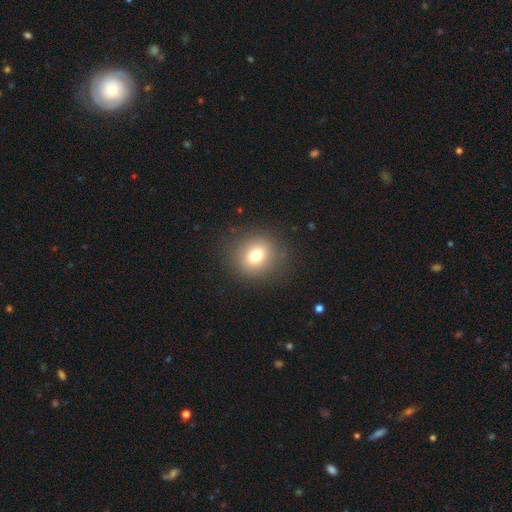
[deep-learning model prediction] This appears to be a smooth galaxy with no disk features (74%) that is round (79%). Merging: none (87%).